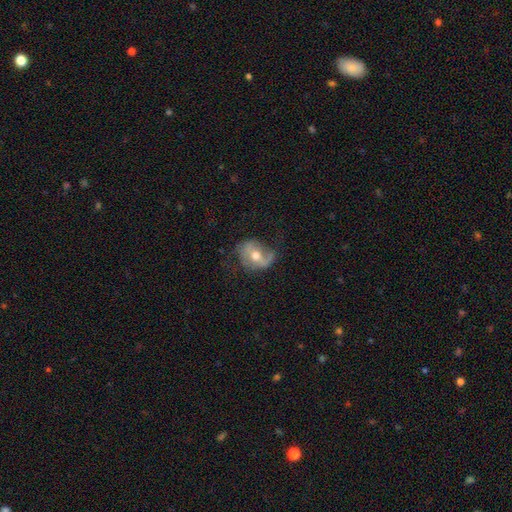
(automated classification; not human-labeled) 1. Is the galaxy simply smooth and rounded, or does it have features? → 65% featured or disk, 27% smooth, 7% star or artifact.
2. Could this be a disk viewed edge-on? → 96% no, 4% yes.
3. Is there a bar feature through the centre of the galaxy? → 38% no (tied), 38% weak (tied), 24% strong.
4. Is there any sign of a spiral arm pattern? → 75% yes, 25% no.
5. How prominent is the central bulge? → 74% moderate, 18% small, 5% large, 1% none, 1% dominant.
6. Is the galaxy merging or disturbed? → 56% none, 26% minor disturbance, 16% major disturbance, 2% merger.